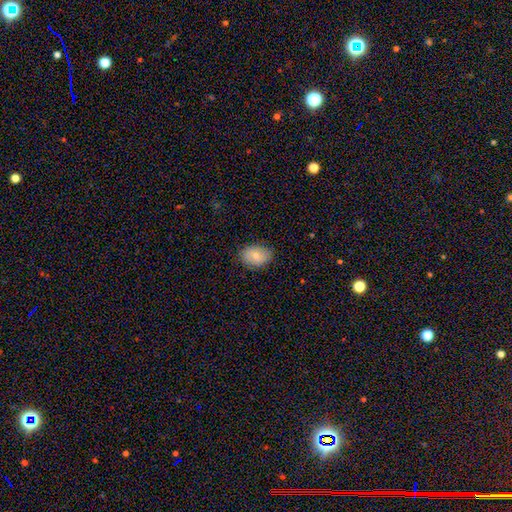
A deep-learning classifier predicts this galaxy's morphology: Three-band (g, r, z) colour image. It shows a smooth galaxy with no disk features (75%) that is in between round and cigar-shaped (76%). Merging: none (82%).